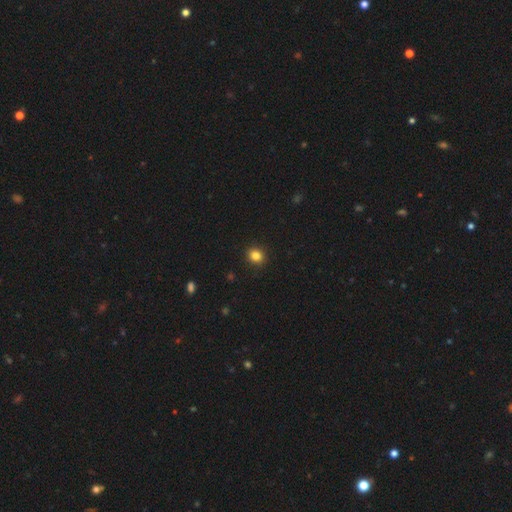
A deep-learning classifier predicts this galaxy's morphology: smooth-or-featured: smooth: 84% | star or artifact: 12% | featured or disk: 5%
  how-rounded: round: 78% | in between: 21% | cigar-shaped: 1%
  merging: none: 92% | minor disturbance: 6% | major disturbance: 2% | merger: 1%